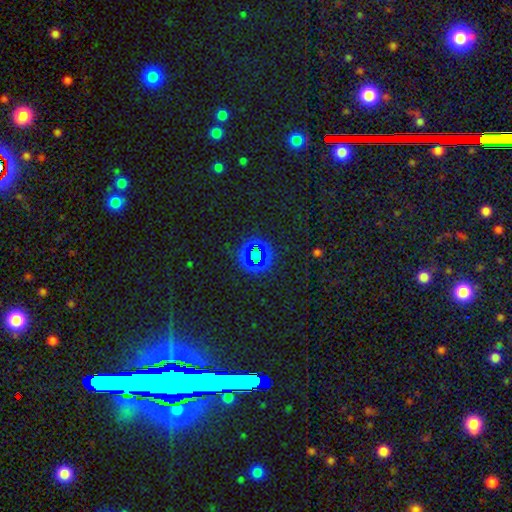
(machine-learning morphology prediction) Q: Smooth or featured?
A: star or artifact (65%); runner-up: smooth (25%)